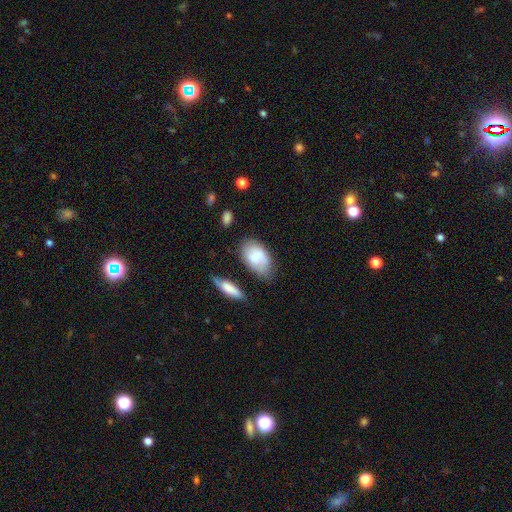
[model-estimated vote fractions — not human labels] This appears to be a smooth galaxy with no disk features (73%) that is in between round and cigar-shaped (92%). Merging: none (61%).